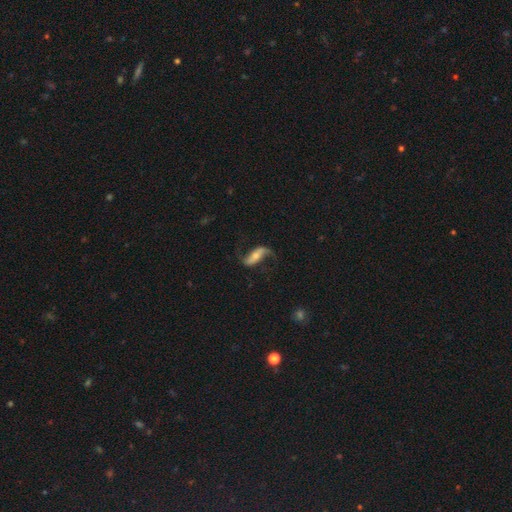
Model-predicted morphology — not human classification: type=featured or disk (74%); edge-on=no (87%); bar=strong (44%); spiral arms=yes (92%); winding=loose (82%); arm count=2 (90%); bulge=small (49%); merging=none (68%).